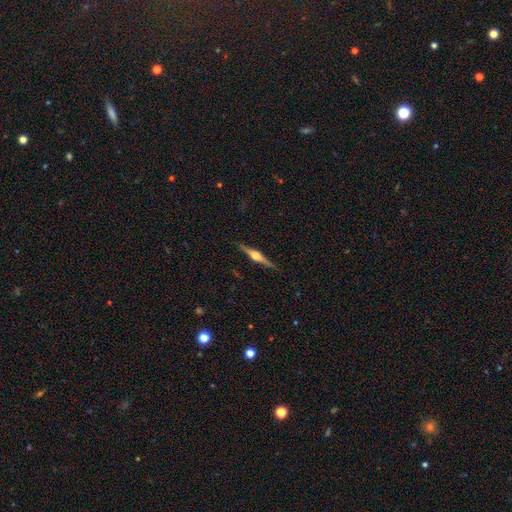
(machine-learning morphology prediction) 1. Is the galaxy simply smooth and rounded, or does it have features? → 81% featured or disk, 14% smooth, 6% star or artifact.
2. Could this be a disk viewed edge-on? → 98% yes, 2% no.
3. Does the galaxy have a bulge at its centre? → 91% rounded, 7% boxy, 2% none.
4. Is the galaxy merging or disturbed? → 90% none, 7% minor disturbance, 1% major disturbance, 1% merger.